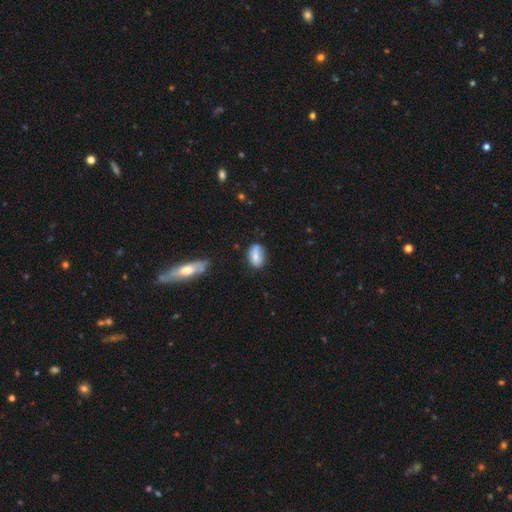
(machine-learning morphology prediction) Q: Smooth or featured?
A: smooth (71%); runner-up: featured or disk (21%)
Q: How rounded?
A: in between (87%); runner-up: round (10%)
Q: Merging?
A: none (69%); runner-up: minor disturbance (23%)